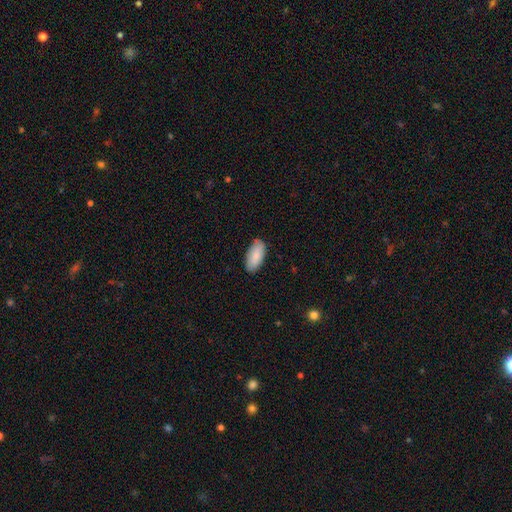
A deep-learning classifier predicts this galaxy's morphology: Smooth or featured? Predicted: smooth (p=0.88). How rounded? Predicted: in between (p=0.92). Merging? Predicted: none (p=0.85).